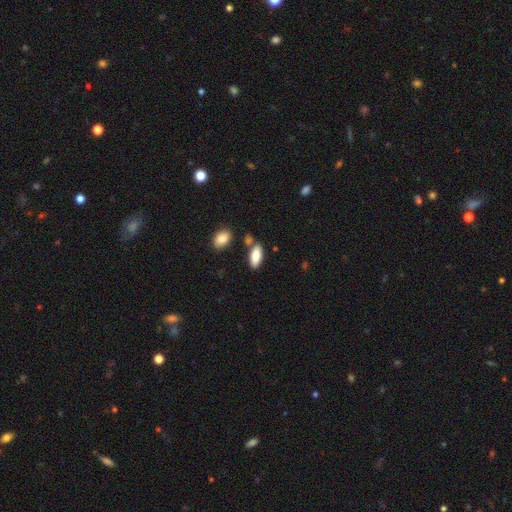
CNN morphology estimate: smooth-or-featured: smooth: 86% | featured or disk: 8% | star or artifact: 6%
  how-rounded: in between: 80% | cigar-shaped: 18% | round: 2%
  merging: none: 73% | minor disturbance: 13% | merger: 10% | major disturbance: 3%